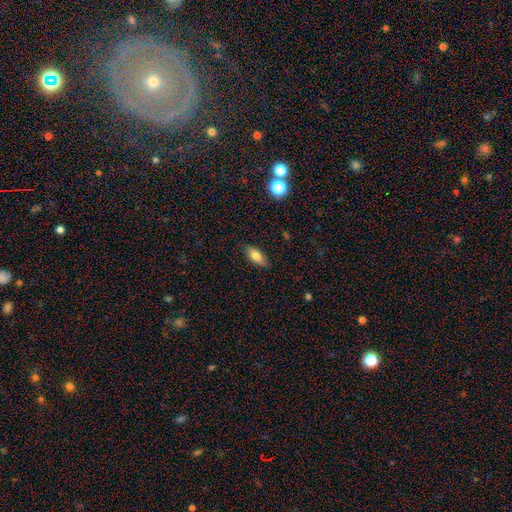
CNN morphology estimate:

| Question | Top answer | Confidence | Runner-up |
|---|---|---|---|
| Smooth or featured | smooth | 76% | featured or disk (16%) |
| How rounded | in between | 82% | cigar-shaped (15%) |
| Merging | none | 85% | minor disturbance (11%) |